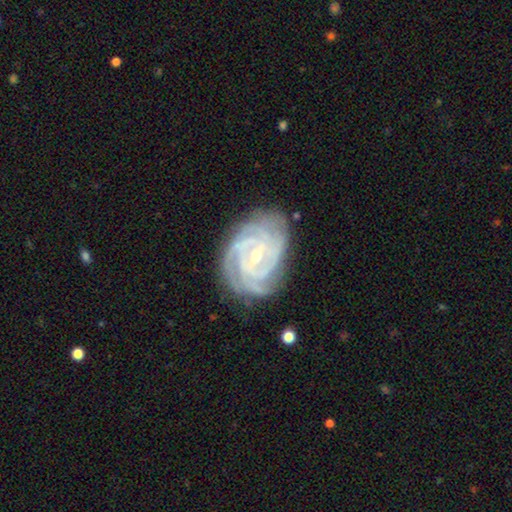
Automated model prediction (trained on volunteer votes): Morphology: type=featured or disk (91%); edge-on=no (97%); bar=weak (46%); spiral arms=yes (98%); winding=tight (78%); arm count=4 (30%); bulge=small (63%); merging=none (76%).